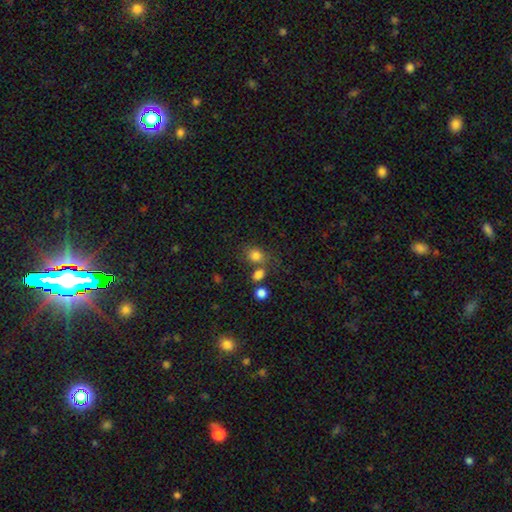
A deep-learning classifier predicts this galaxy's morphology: Smooth or featured? smooth (80%)
How rounded? round (53%)
Merging? none (58%)